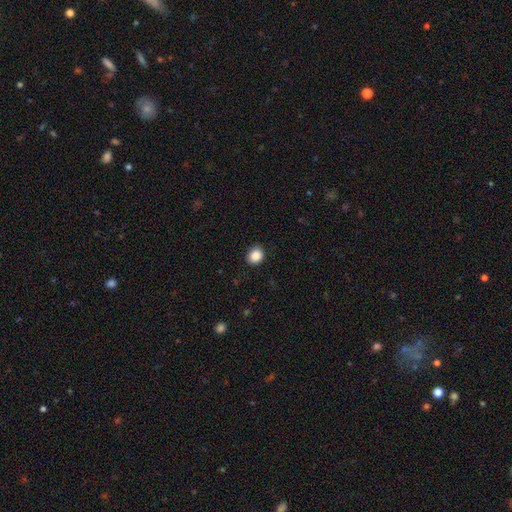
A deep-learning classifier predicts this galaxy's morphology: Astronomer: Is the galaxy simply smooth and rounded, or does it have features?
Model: smooth — 88%.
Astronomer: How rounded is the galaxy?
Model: round — 65%.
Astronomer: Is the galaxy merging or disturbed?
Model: none — 88%.